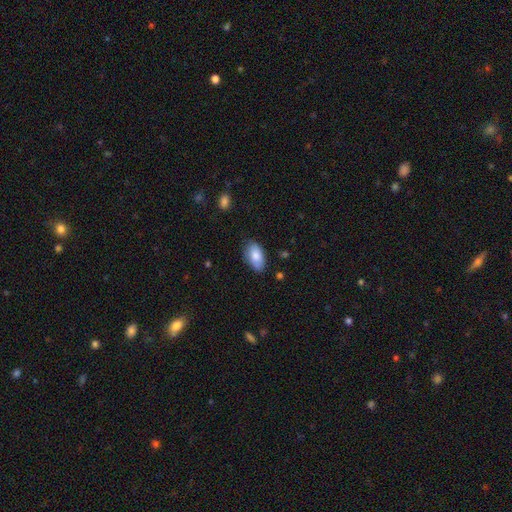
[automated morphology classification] A smooth galaxy with no disk features (83%) that is in between round and cigar-shaped (94%).

Vote fractions:
- Smooth or featured? smooth: 83% / featured or disk: 11% / star or artifact: 6%
- How rounded? in between: 94% / round: 4% / cigar-shaped: 2%
- Merging? none: 77% / minor disturbance: 18% / major disturbance: 3% / merger: 1%